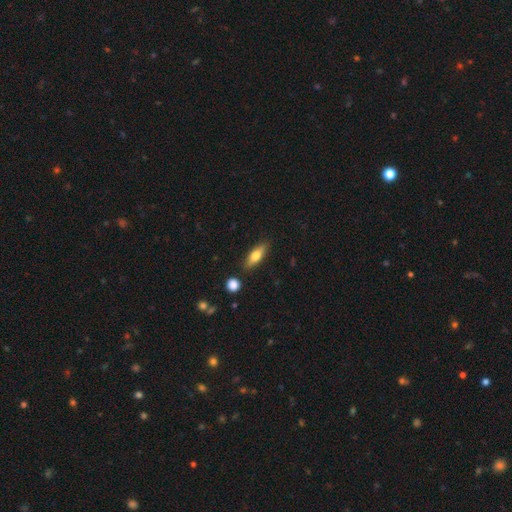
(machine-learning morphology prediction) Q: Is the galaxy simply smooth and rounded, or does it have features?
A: smooth — 69%.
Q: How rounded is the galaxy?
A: in between — 55%.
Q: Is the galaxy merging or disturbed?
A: none — 84%.